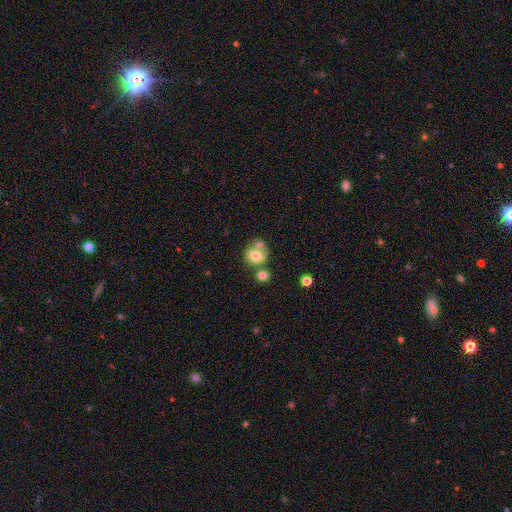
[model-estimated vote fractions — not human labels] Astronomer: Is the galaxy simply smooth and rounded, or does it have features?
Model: smooth — 73%.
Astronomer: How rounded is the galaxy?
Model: round — 74%.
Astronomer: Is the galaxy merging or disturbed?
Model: none — 47% (runner-up: merger, 36%).